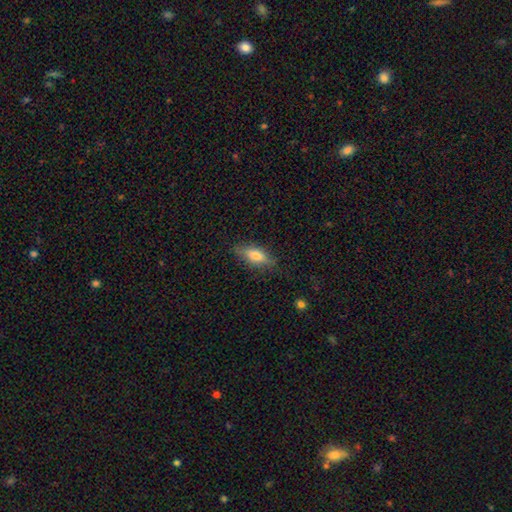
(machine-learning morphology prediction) type=smooth (68%); roundness=in between (68%); merging=none (80%).